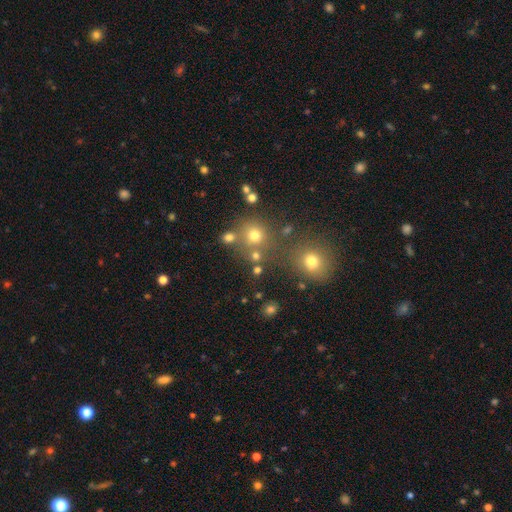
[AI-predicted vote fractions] Overall: smooth (72%). How rounded: round (88%). Merging: none (69%).